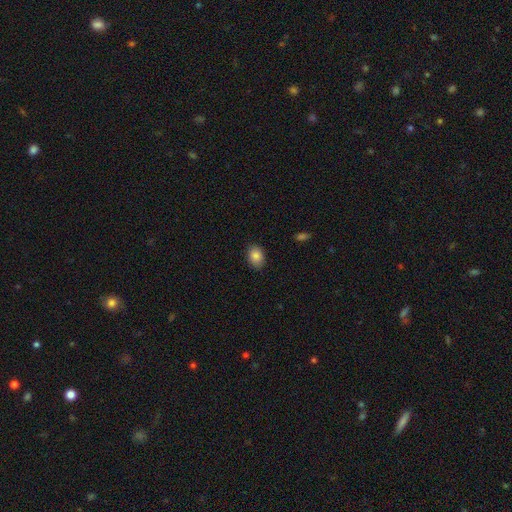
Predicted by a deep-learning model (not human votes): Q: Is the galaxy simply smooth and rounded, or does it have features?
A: smooth — 85%.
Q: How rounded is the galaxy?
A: in between — 70%.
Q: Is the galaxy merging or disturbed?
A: none — 86%.